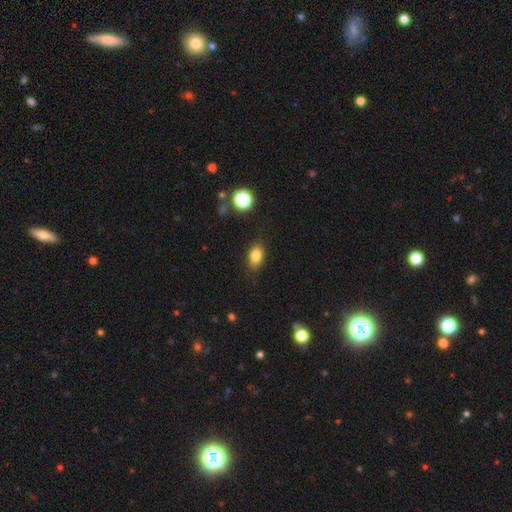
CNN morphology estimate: The model was most divided on "how rounded": in between: 83%, round: 15%, cigar-shaped: 2%. More confident: merging — none (84%); smooth or featured — smooth (82%).